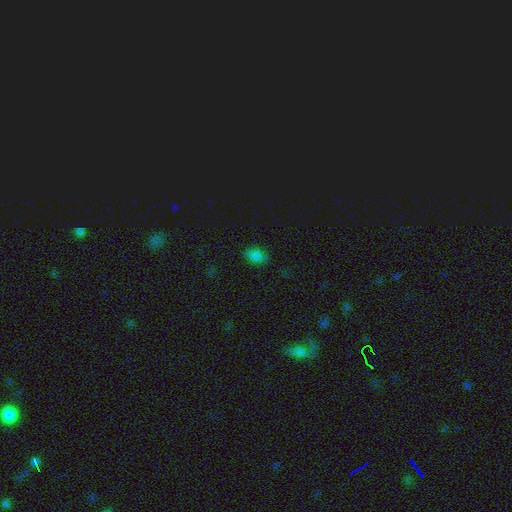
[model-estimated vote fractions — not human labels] Smooth or featured? Predicted: smooth (p=0.80). How rounded? Predicted: in between (p=0.82). Merging? Predicted: none (p=0.84).